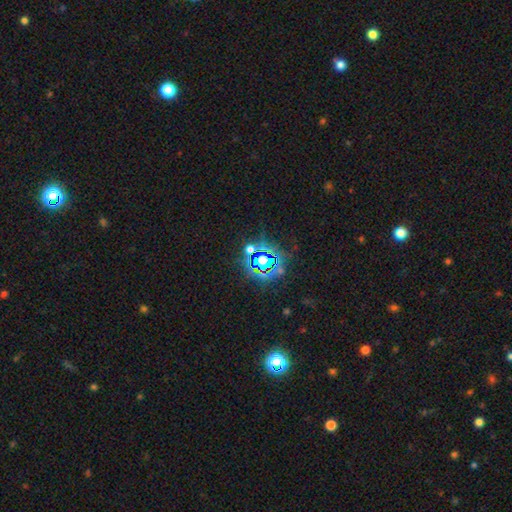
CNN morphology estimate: Smooth or featured? star or artifact (78%)